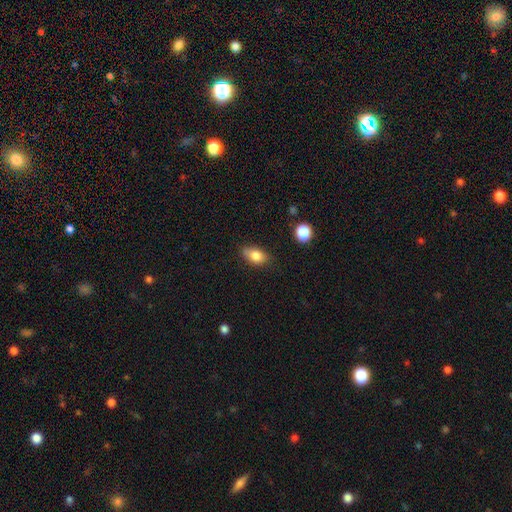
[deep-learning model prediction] Smooth or featured?
  - smooth: 81% *
  - featured or disk: 10%
  - star or artifact: 9%
How rounded?
  - in between: 83% *
  - round: 13%
  - cigar-shaped: 3%
Merging?
  - none: 70% *
  - minor disturbance: 23%
  - major disturbance: 4%
  - merger: 3%